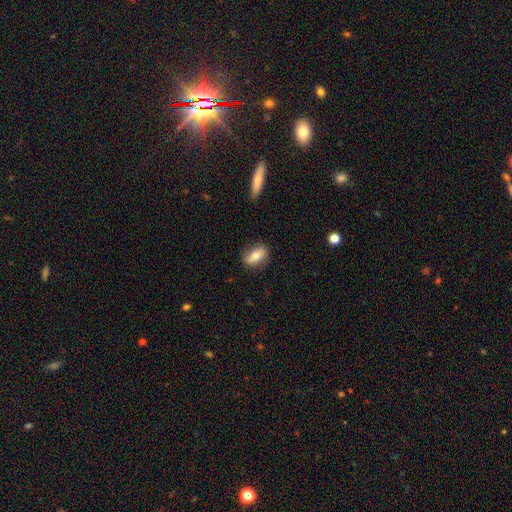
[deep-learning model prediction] Smooth or featured: smooth — 65% (featured or disk — 28%)
How rounded: in between — 79% (cigar-shaped — 13%)
Merging: none — 81% (minor disturbance — 14%)